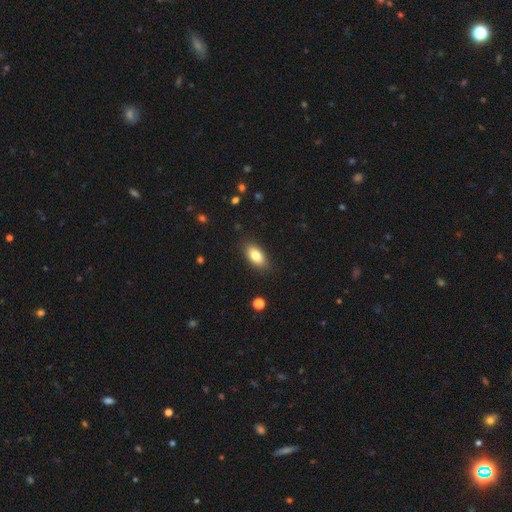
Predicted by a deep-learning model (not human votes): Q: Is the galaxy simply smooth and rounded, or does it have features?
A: smooth — 82%.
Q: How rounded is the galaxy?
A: in between — 90%.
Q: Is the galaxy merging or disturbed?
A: none — 86%.